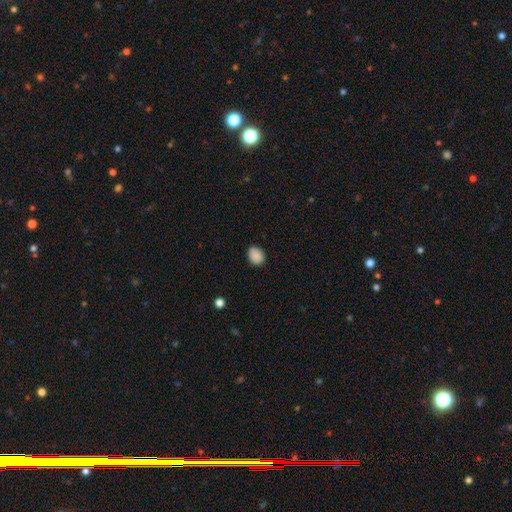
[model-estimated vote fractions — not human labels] A smooth galaxy with no disk features (89%) that is in between round and cigar-shaped (54%). Merging: none (85%).